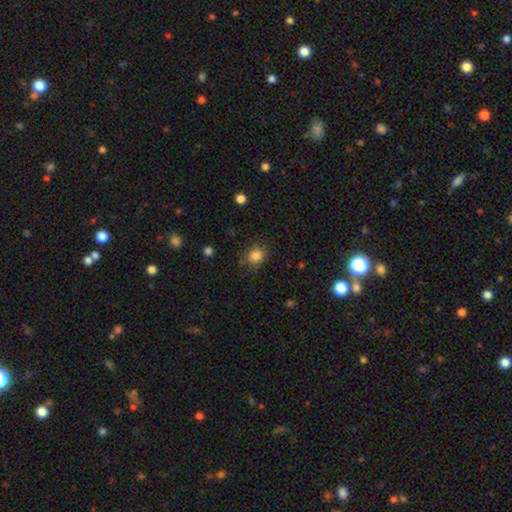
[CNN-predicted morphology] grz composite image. It shows a smooth galaxy with no disk features (84%) that is round (66%). Merging: none (81%).